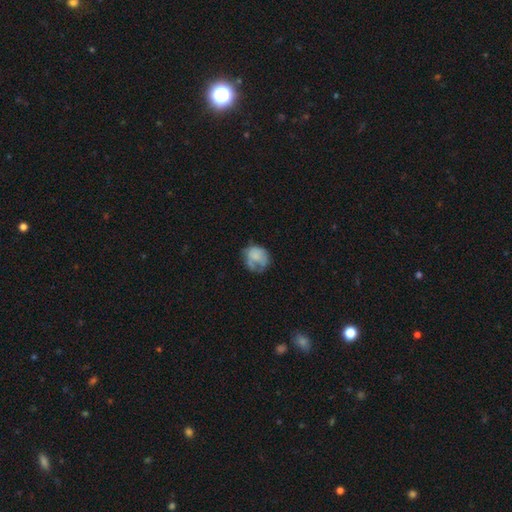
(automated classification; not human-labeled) This is likely a smooth galaxy (62%). How rounded: likely round (70%). Merging: marginally none (45%).